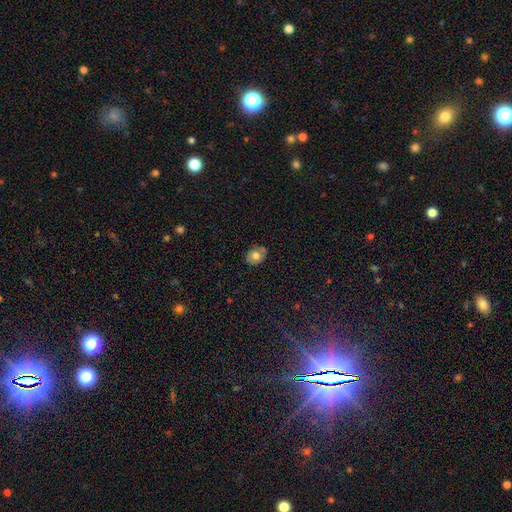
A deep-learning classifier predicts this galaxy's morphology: A smooth galaxy with no disk features (70%) that is in between round and cigar-shaped (50%).

Vote fractions:
- Smooth or featured? smooth: 70% / featured or disk: 21% / star or artifact: 9%
- How rounded? in between: 50% / round: 49% / cigar-shaped: 1%
- Merging? none: 76% / minor disturbance: 18% / major disturbance: 3% / merger: 3%